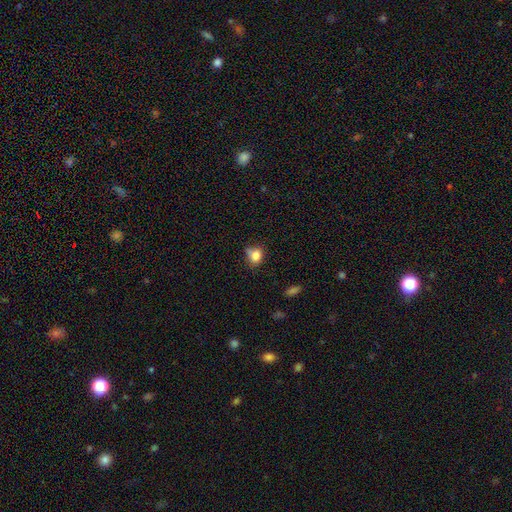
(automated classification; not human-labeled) This is likely a smooth galaxy (80%). How rounded: possibly round (51%). Merging: possibly none (50%).